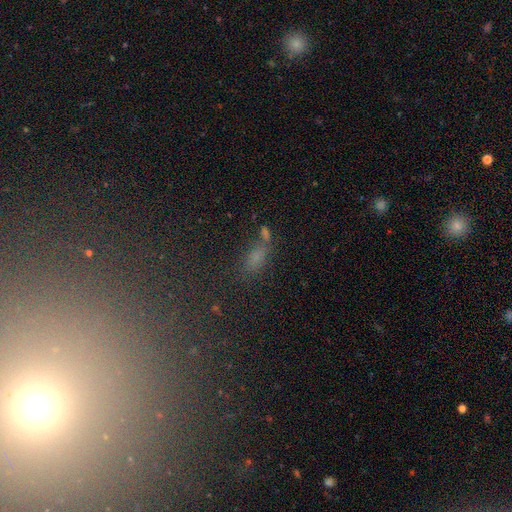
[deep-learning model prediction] Smooth or featured: smooth — 58% (star or artifact — 28%)
How rounded: in between — 73% (cigar-shaped — 18%)
Merging: none — 51% (merger — 19%)